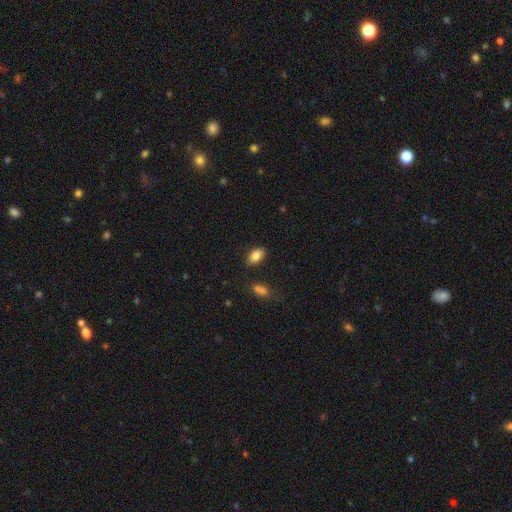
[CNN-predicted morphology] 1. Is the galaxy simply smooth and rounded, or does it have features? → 85% smooth, 8% star or artifact, 7% featured or disk.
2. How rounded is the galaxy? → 91% in between, 7% round, 3% cigar-shaped.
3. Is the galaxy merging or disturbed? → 81% none, 12% minor disturbance, 4% merger, 3% major disturbance.